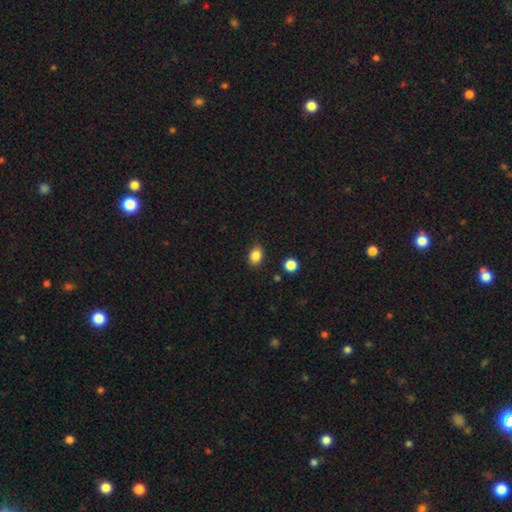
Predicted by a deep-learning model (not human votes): Smooth or featured: smooth — 86% (star or artifact — 10%)
How rounded: in between — 72% (round — 27%)
Merging: none — 85% (minor disturbance — 11%)